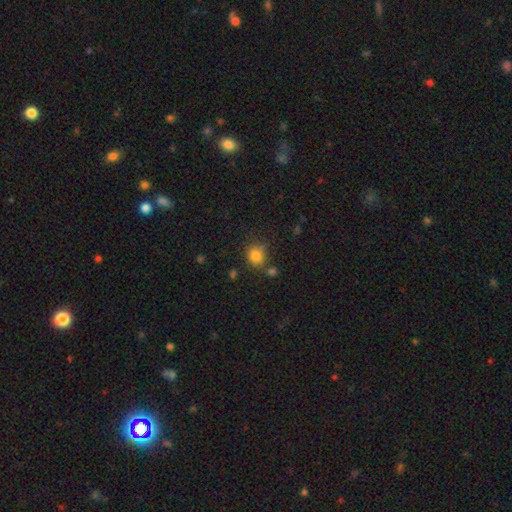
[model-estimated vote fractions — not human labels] A smooth galaxy with no disk features (82%) that is round (81%).

Vote fractions:
- Smooth or featured? smooth: 82% / star or artifact: 12% / featured or disk: 6%
- How rounded? round: 81% / in between: 18% / cigar-shaped: 1%
- Merging? none: 68% / minor disturbance: 16% / merger: 10% / major disturbance: 5%